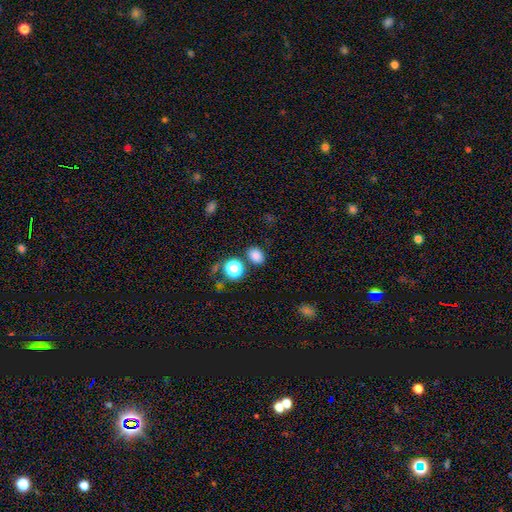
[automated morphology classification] smooth-or-featured: smooth: 81% | star or artifact: 14% | featured or disk: 5%
  how-rounded: in between: 54% | round: 45% | cigar-shaped: 1%
  merging: none: 78% | minor disturbance: 10% | merger: 8% | major disturbance: 4%